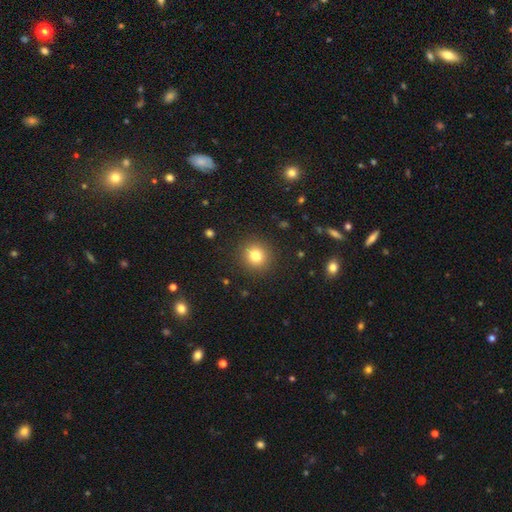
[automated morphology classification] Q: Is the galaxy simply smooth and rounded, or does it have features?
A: smooth — 80%.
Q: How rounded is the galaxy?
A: round — 91%.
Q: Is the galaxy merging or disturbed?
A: none — 90%.